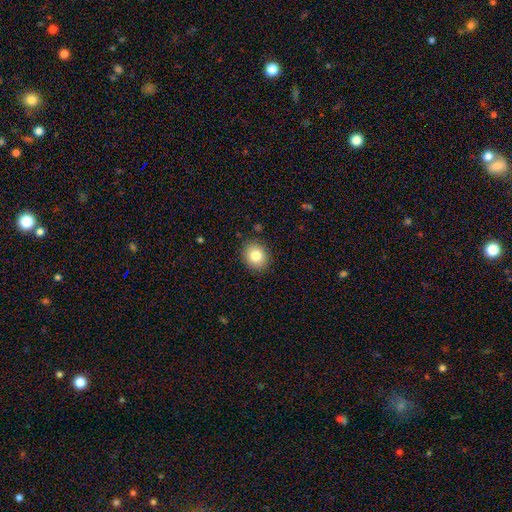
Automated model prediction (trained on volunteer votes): Smooth or featured? Predicted: smooth (p=0.81). How rounded? Predicted: round (p=0.69). Merging? Predicted: none (p=0.88).